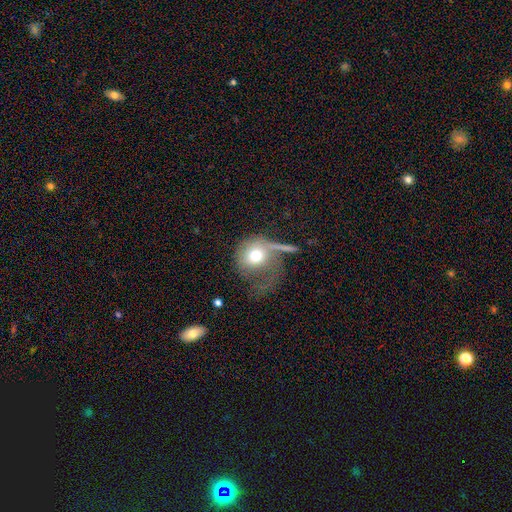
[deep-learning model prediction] Smooth or featured? Predicted: smooth (p=0.64). How rounded? Predicted: round (p=0.80). Merging? Predicted: major disturbance (p=0.45).